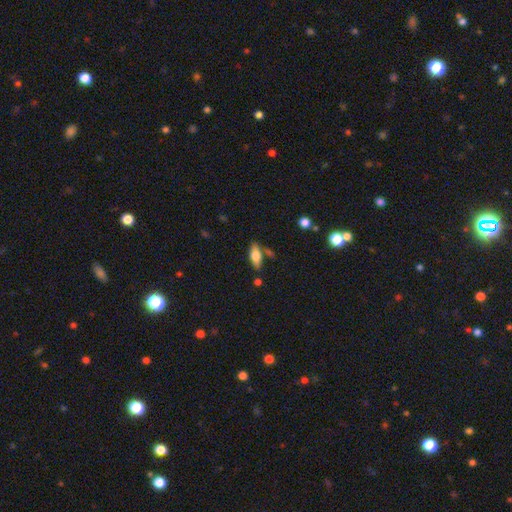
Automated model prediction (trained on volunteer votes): Overall: smooth (71%). How rounded: in between (77%). Merging: none (71%).